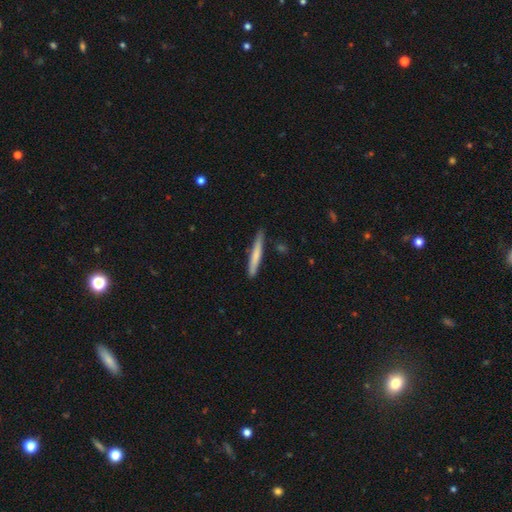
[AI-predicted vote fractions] smooth-or-featured: smooth: 69% | featured or disk: 26% | star or artifact: 5%
  how-rounded: cigar-shaped: 96% | in between: 3% | round: 1%
  merging: none: 84% | minor disturbance: 12% | merger: 2% | major disturbance: 2%